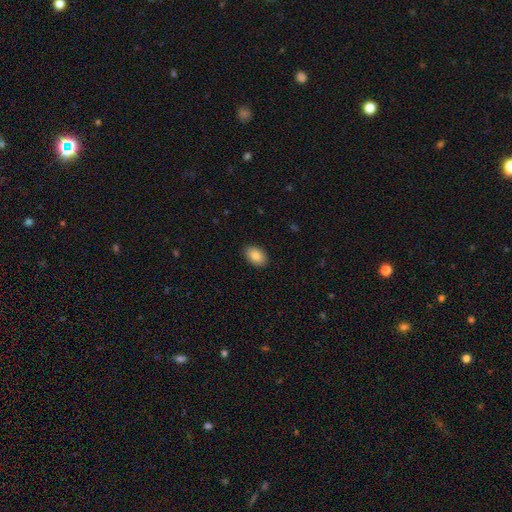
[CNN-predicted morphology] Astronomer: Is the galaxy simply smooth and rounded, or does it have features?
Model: smooth — 86%.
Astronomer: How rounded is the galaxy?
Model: in between — 89%.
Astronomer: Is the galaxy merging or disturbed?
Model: none — 90%.